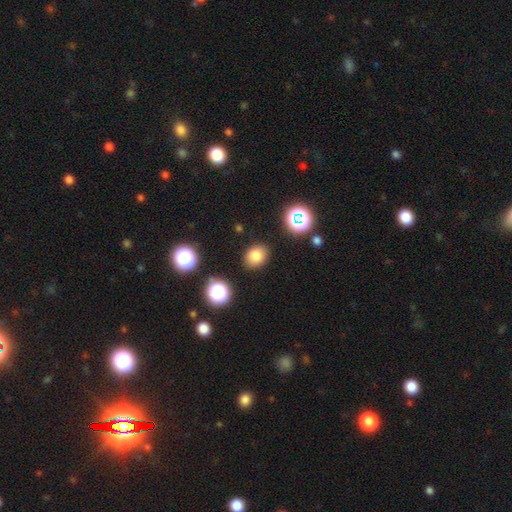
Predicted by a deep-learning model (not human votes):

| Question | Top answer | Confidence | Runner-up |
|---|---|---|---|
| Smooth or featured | smooth | 80% | star or artifact (14%) |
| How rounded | round | 55% | in between (45%) |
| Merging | none | 85% | minor disturbance (10%) |